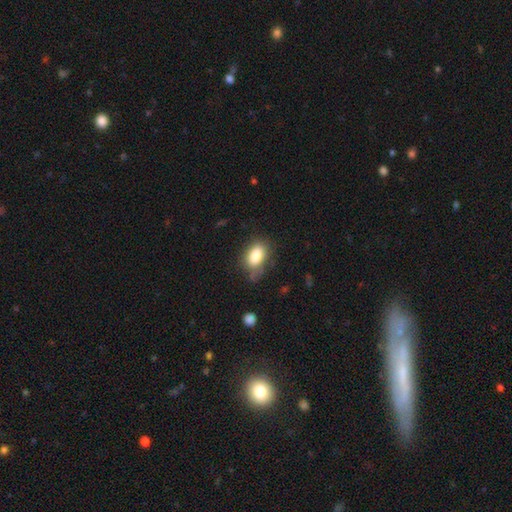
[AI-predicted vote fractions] The model was most divided on "merging": none: 67%, minor disturbance: 23%, major disturbance: 7%, merger: 3%. More confident: how rounded — in between (87%); smooth or featured — smooth (83%).